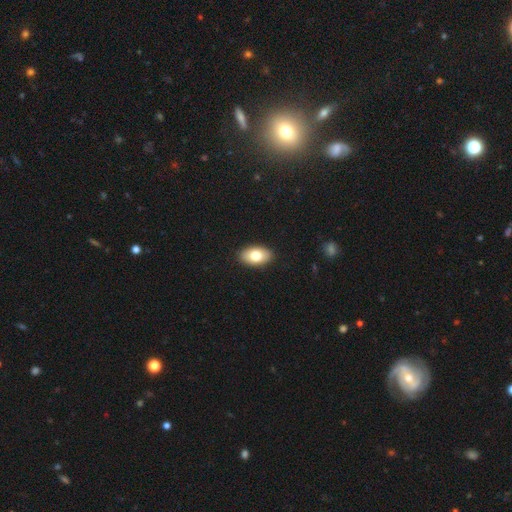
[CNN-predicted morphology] type=smooth (76%); roundness=in between (93%); merging=none (90%).